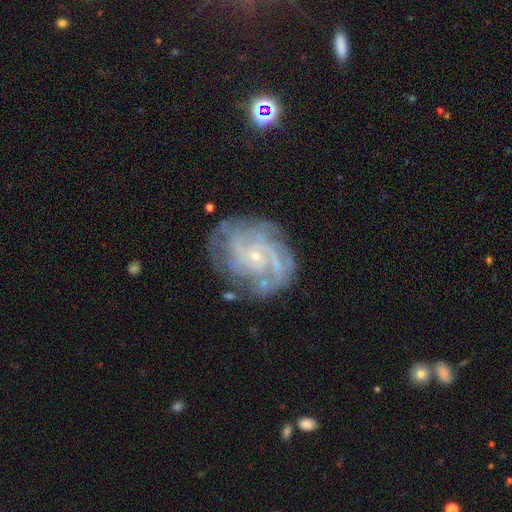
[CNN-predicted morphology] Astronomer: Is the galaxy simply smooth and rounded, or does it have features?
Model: featured or disk — 86%.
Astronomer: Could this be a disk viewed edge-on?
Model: no — 97%.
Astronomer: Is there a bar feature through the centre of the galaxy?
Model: no — 72%.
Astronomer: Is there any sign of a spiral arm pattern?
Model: yes — 96%.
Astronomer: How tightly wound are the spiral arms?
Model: tight — 63%.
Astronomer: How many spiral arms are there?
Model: can't tell — 29% (runner-up: 3, 20%).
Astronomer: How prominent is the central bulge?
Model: small — 85%.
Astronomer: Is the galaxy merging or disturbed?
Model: none — 70%.